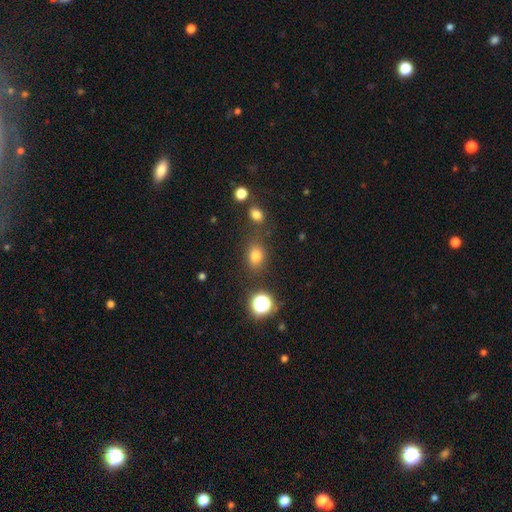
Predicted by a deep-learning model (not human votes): The model was most divided on "how rounded": in between: 52%, round: 47%, cigar-shaped: 1%. More confident: smooth or featured — smooth (77%); merging — none (76%).